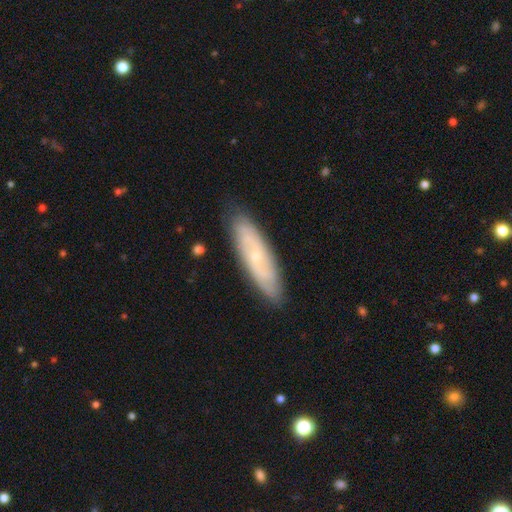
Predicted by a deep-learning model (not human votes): Overall: featured or disk (59%; smooth 34%). Edge-on disk: no (75%). Merging: none (84%).